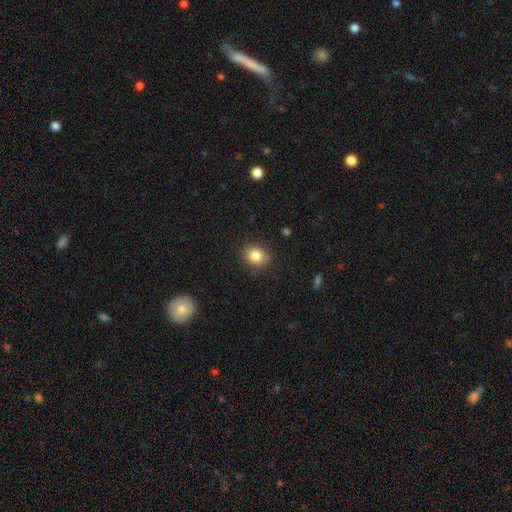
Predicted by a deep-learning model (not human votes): This appears to be a smooth galaxy with no disk features (84%) that is round (62%). Merging: none (85%).